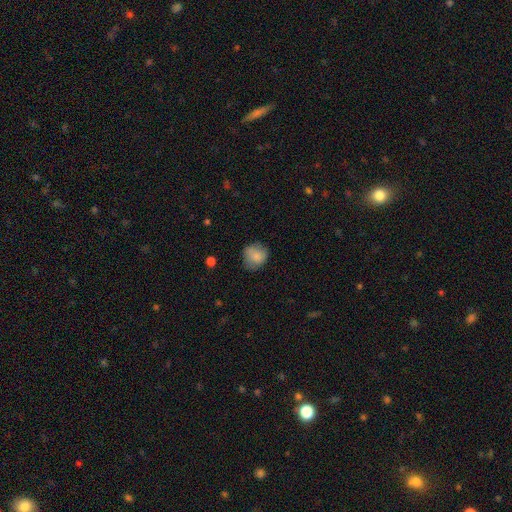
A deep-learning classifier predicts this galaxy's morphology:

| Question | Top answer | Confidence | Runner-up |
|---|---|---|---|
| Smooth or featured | smooth | 83% | featured or disk (10%) |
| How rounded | round | 78% | in between (21%) |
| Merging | none | 67% | minor disturbance (25%) |